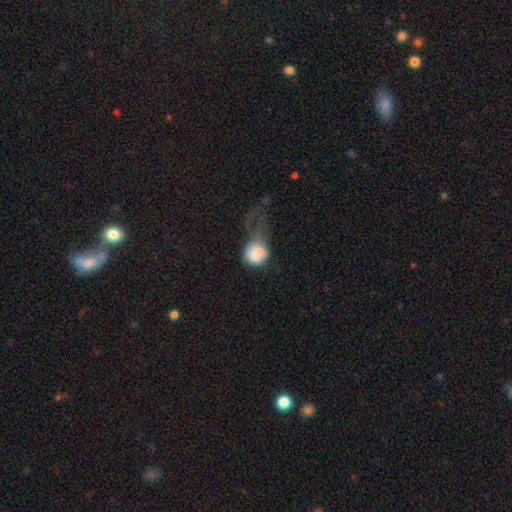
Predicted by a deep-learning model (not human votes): Smooth or featured?
  - smooth: 77% *
  - featured or disk: 15%
  - star or artifact: 9%
How rounded?
  - round: 73% *
  - in between: 25%
  - cigar-shaped: 1%
Merging?
  - major disturbance: 57% *
  - minor disturbance: 17%
  - none: 16%
  - merger: 11%